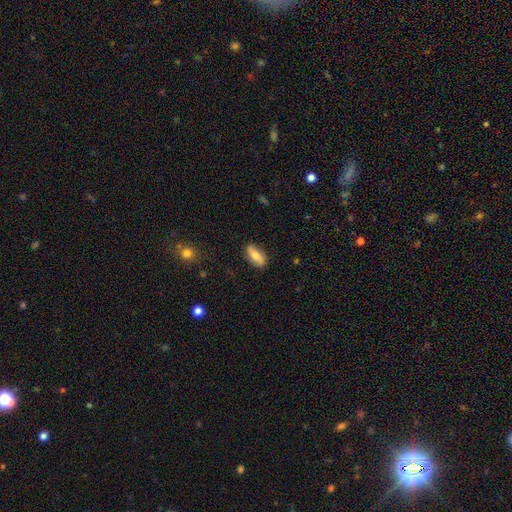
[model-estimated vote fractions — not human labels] This appears to be a smooth galaxy with no disk features (76%) that is in between round and cigar-shaped (84%). Merging: none (81%).